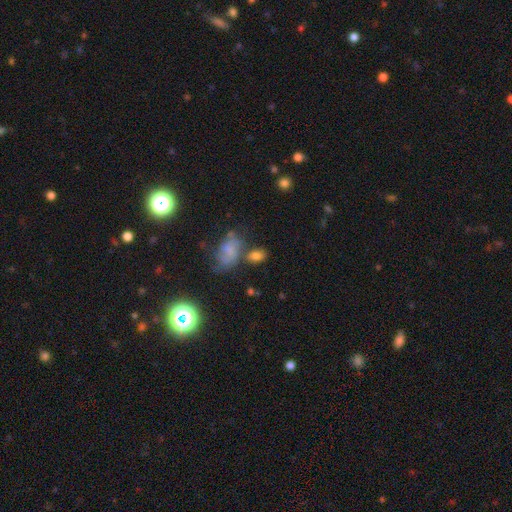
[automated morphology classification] A smooth galaxy with no disk features (74%) that is in between round and cigar-shaped (82%).

Vote fractions:
- Smooth or featured? smooth: 74% / featured or disk: 14% / star or artifact: 12%
- How rounded? in between: 82% / round: 16% / cigar-shaped: 2%
- Merging? none: 49% / merger: 23% / minor disturbance: 18% / major disturbance: 9%